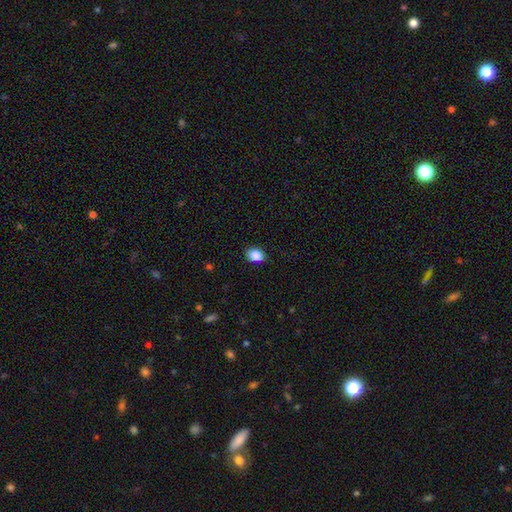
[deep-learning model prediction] Smooth or featured: smooth — 88% (star or artifact — 9%)
How rounded: in between — 71% (round — 28%)
Merging: none — 82% (minor disturbance — 13%)